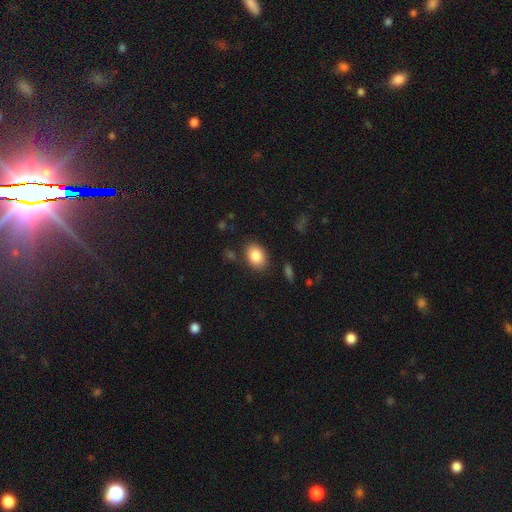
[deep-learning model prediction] Smooth or featured: smooth — 85% (star or artifact — 8%)
How rounded: in between — 77% (round — 22%)
Merging: none — 84% (minor disturbance — 10%)